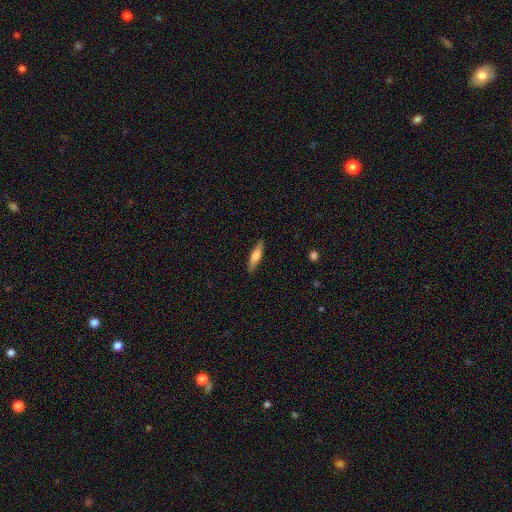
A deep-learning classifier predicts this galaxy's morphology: A smooth galaxy with no disk features (60%) that is cigar-shaped (71%). Merging: none (87%).